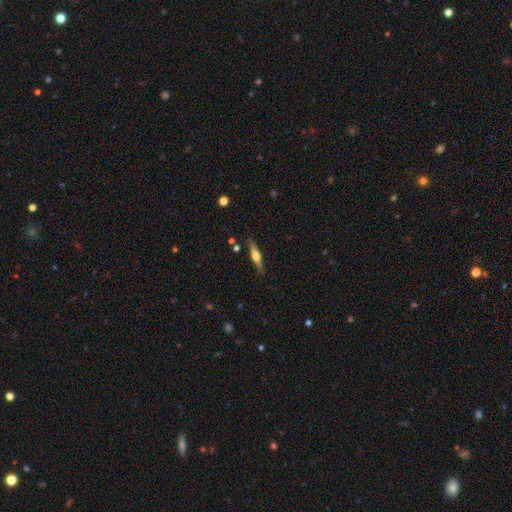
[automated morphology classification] This is possibly a featured or disk galaxy (59%). It is clearly viewed edge-on (96%). Edge-on bulge: clearly rounded (86%). Merging: clearly none (85%).